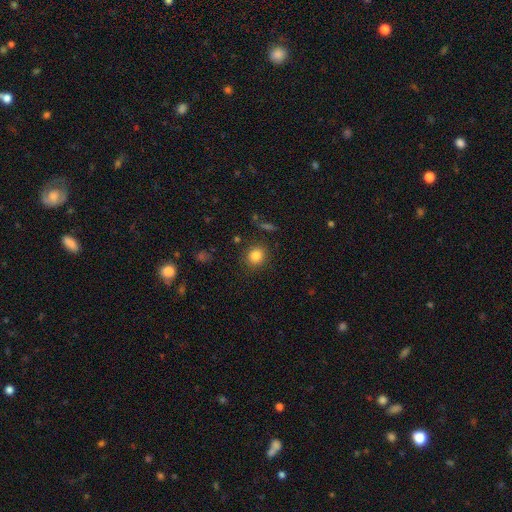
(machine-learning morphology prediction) smooth 84%, star or artifact 11%, featured or disk 6%. Down the decision tree: how rounded — round (83%); merging — none (87%).